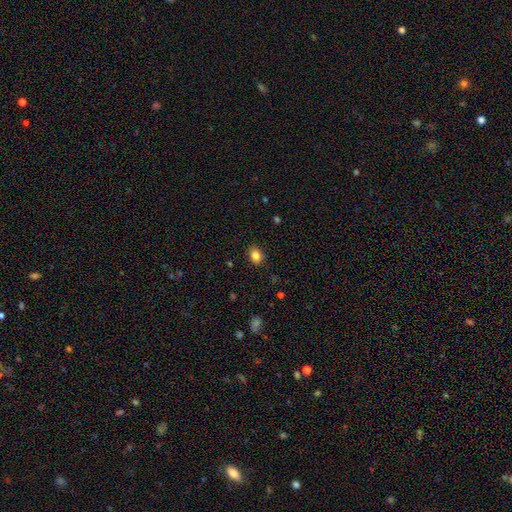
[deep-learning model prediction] smooth_or_featured: smooth (p=0.84) [alt: star or artifact p=0.10]
how_rounded: in between (p=0.60) [alt: round p=0.39]
merging: none (p=0.87) [alt: minor disturbance p=0.09]